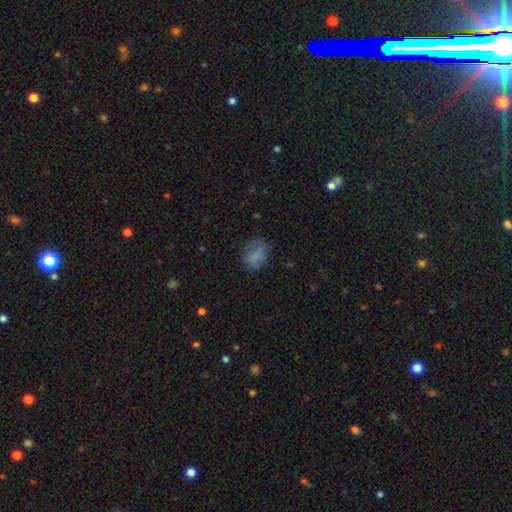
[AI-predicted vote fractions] Morphology: type=smooth (73%); roundness=in between (65%); merging=none (64%).